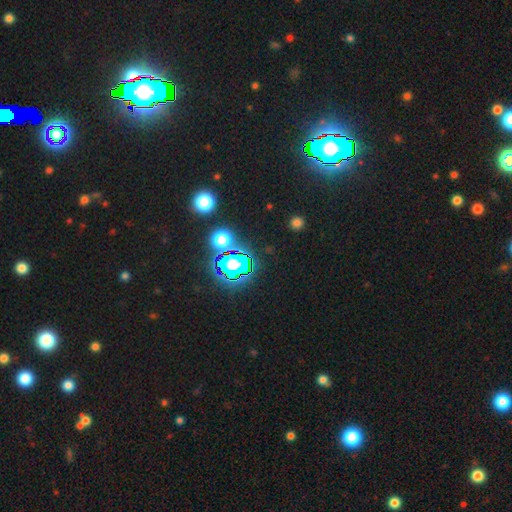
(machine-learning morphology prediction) This appears to be a star or artifact, not a galaxy (82%).